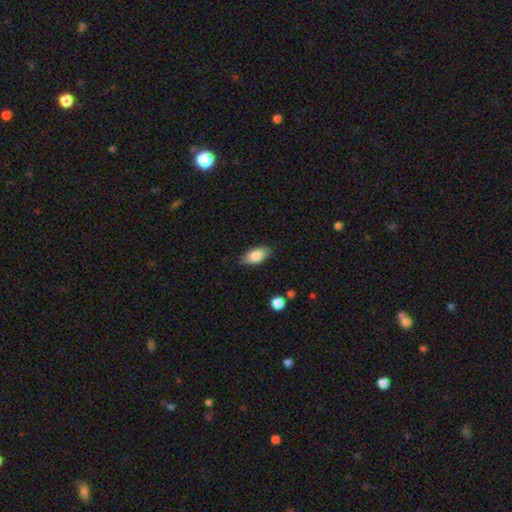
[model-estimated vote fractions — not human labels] smooth_or_featured: smooth (p=0.83) [alt: featured or disk p=0.11]
how_rounded: in between (p=0.91) [alt: cigar-shaped p=0.06]
merging: none (p=0.80) [alt: minor disturbance p=0.16]